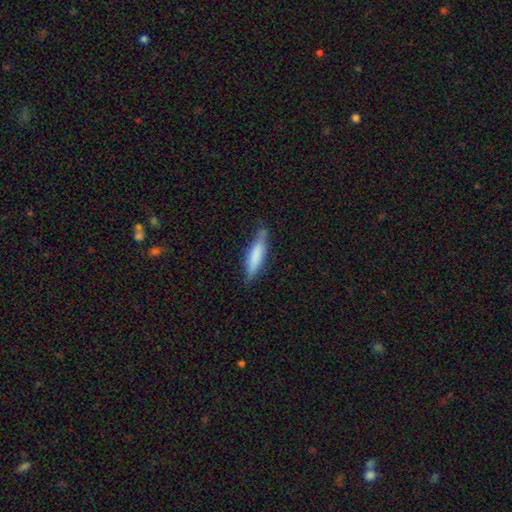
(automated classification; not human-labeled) Smooth or featured: smooth — 74% (featured or disk — 20%)
How rounded: cigar-shaped — 75% (in between — 24%)
Merging: none — 76% (minor disturbance — 19%)